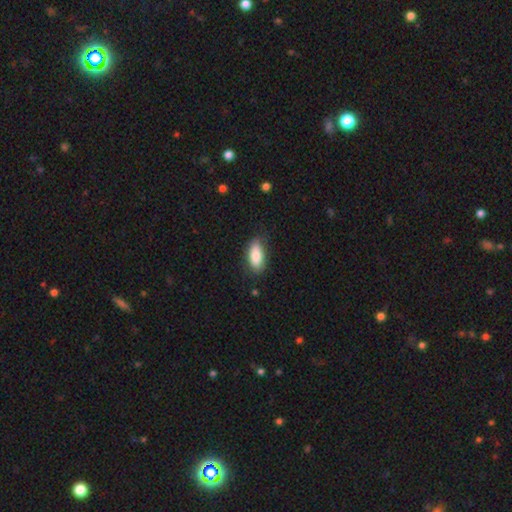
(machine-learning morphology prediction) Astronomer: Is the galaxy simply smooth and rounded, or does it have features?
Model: smooth — 84%.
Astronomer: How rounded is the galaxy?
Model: in between — 86%.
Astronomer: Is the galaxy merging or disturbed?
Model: none — 79%.